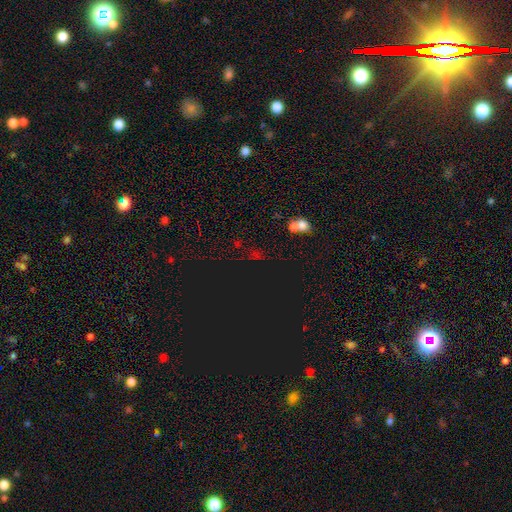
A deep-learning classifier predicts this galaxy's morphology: Smooth or featured: star or artifact — 63% (smooth — 27%)